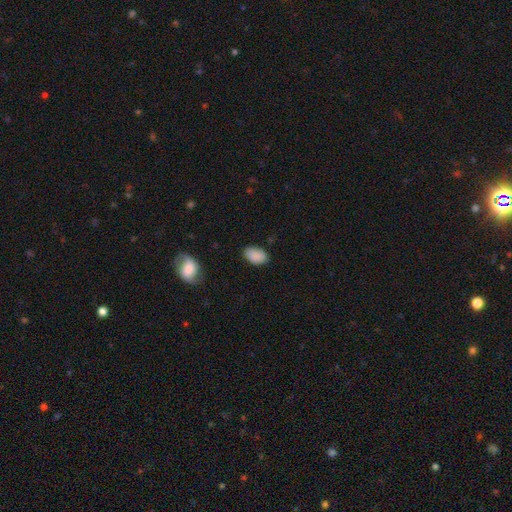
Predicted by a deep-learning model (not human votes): This appears to be a smooth galaxy with no disk features (89%) that is in between round and cigar-shaped (92%). Merging: none (83%).